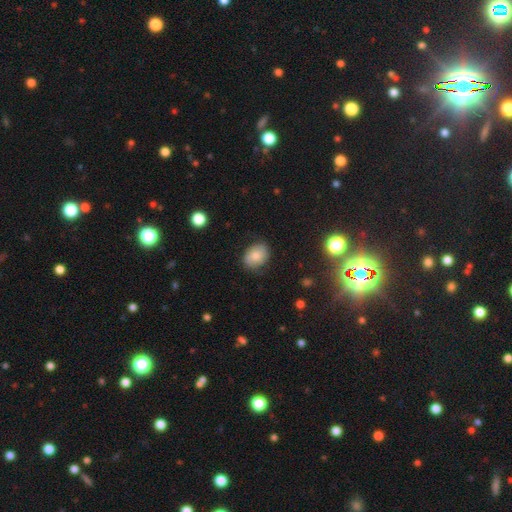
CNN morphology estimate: Overall: smooth (69%). How rounded: in between (56%; round 43%). Merging: none (78%).